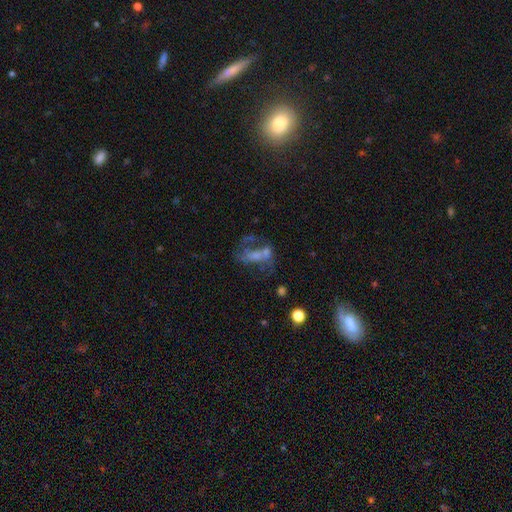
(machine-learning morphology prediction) The model was most divided on "merging": none: 32%, merger: 30%, major disturbance: 25%, minor disturbance: 14%. Remaining: edge-on disk — no (93%); bar — no (64%); spiral arms — no (57%); smooth or featured — featured or disk (54%); bulge size — small (37%).